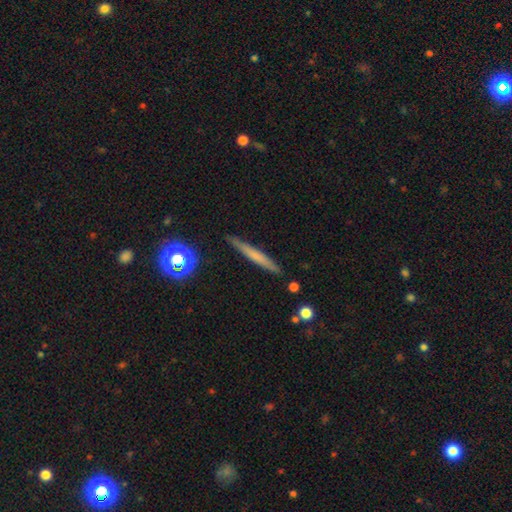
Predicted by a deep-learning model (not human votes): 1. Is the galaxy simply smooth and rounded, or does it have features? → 54% smooth, 37% featured or disk, 9% star or artifact.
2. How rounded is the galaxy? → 94% cigar-shaped, 3% in between, 2% round.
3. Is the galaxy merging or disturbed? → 88% none, 8% minor disturbance, 2% major disturbance, 2% merger.